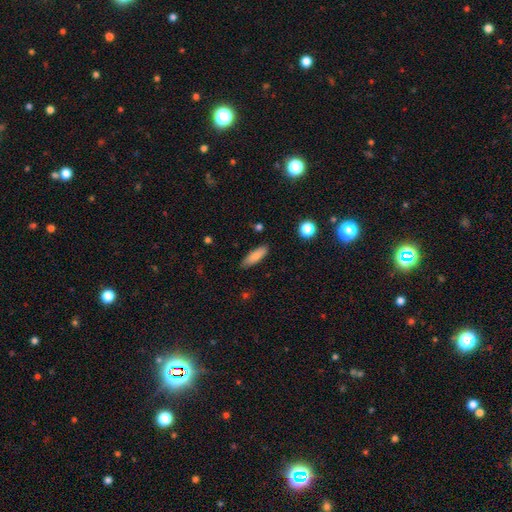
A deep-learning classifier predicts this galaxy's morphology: This is clearly a smooth galaxy (80%). How rounded: possibly in between (52%). Merging: clearly none (85%).